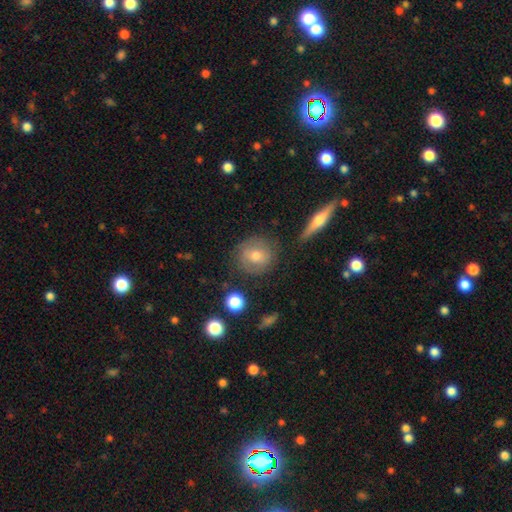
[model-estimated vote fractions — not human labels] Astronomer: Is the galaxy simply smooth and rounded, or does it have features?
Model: smooth — 62%.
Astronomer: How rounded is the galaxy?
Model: round — 87%.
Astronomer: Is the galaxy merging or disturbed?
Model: none — 81%.